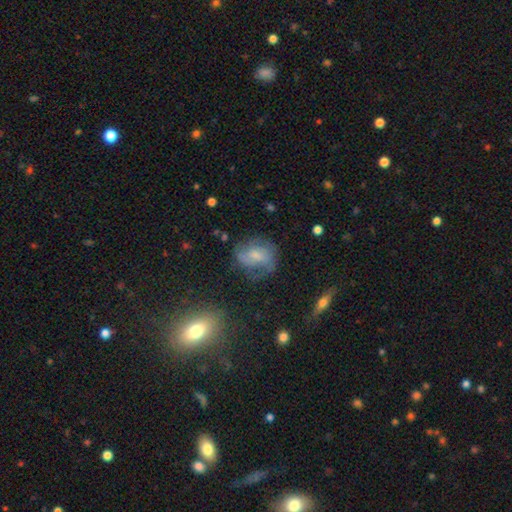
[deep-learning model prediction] This appears to be a featured or disk galaxy (59%) with no bar (45%), spiral arms (80%) and a small central bulge (44%). Merging: none (56%).